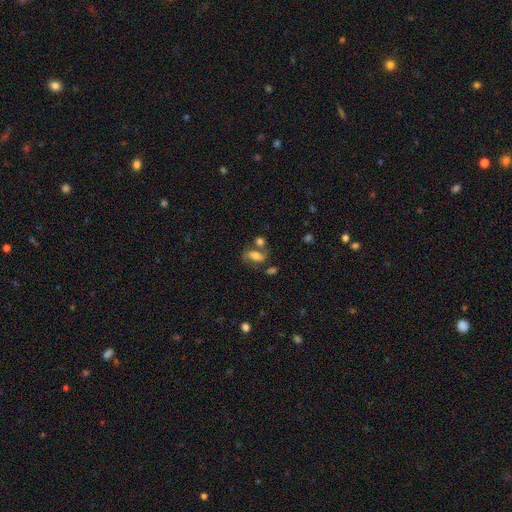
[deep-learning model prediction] A smooth galaxy with no disk features (49%).

Vote fractions:
- Smooth or featured? smooth: 49% / featured or disk: 40% / star or artifact: 11%
- Merging? none: 50% / merger: 23% / minor disturbance: 17% / major disturbance: 10%